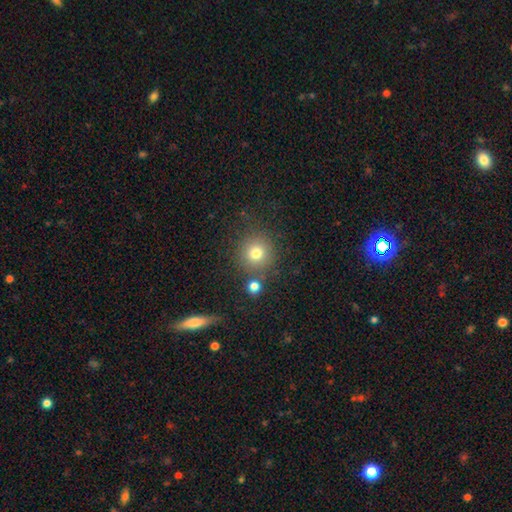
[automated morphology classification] This is likely a smooth galaxy (61%). How rounded: clearly round (88%). Merging: clearly none (81%).